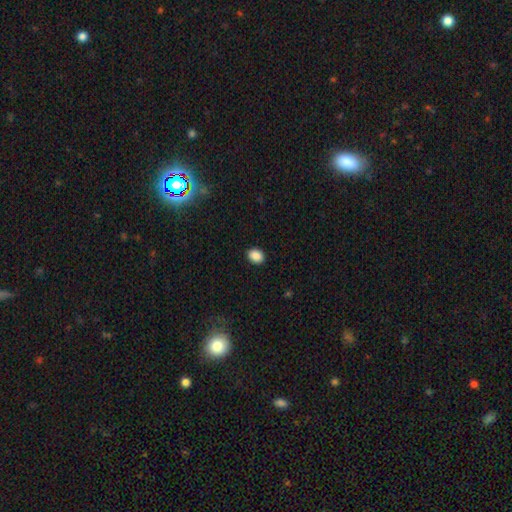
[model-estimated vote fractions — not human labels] The model was most divided on "how rounded": in between: 57%, round: 42%, cigar-shaped: 1%. More confident: merging — none (91%); smooth or featured — smooth (88%).